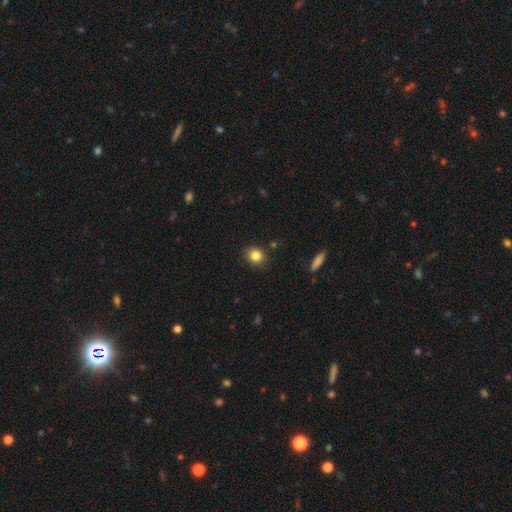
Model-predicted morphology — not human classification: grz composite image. It shows a smooth galaxy with no disk features (83%) that is round (73%). Merging: none (88%).